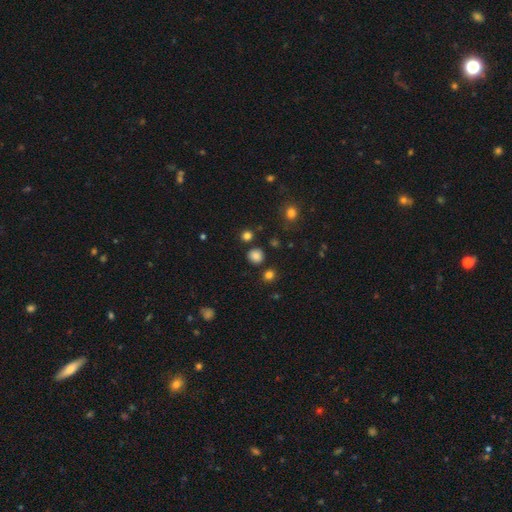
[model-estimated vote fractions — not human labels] Smooth or featured? Predicted: smooth (p=0.83). How rounded? Predicted: round (p=0.88). Merging? Predicted: none (p=0.86).